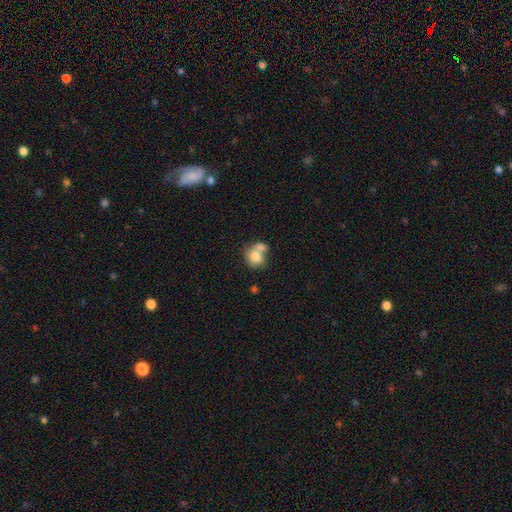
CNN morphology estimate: Overall: smooth (77%). How rounded: round (55%; in between 43%). Merging: merger (55%; none 29%).